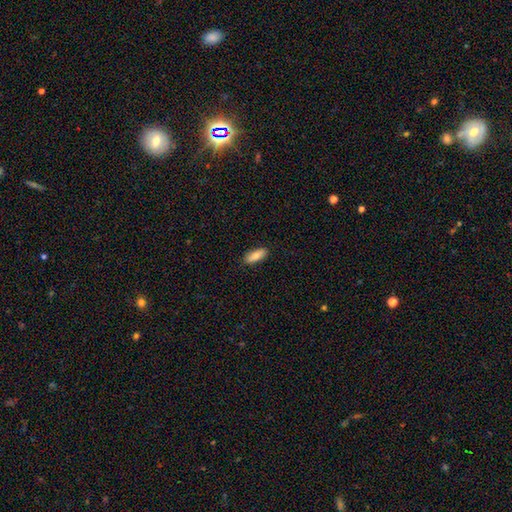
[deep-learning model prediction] Morphology: type=smooth (79%); roundness=in between (72%); merging=none (89%).